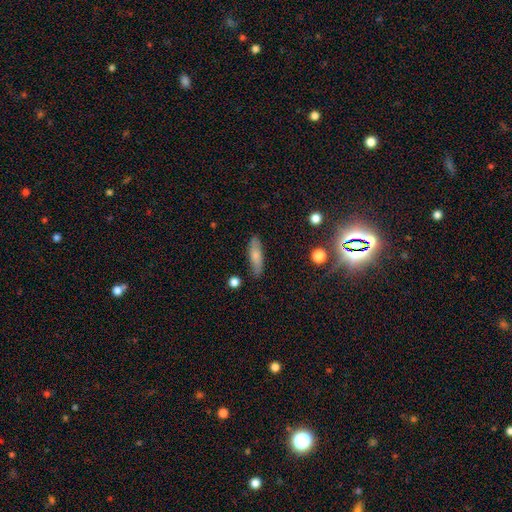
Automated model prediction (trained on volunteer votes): Overall: smooth (73%). How rounded: cigar-shaped (57%; in between 40%). Merging: none (83%).